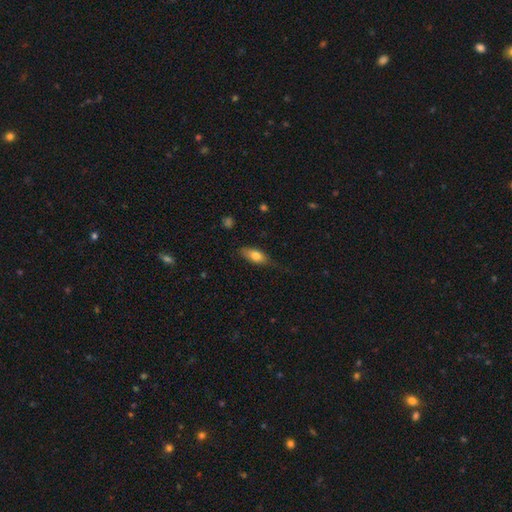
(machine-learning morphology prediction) A smooth galaxy with no disk features (75%) that is in between round and cigar-shaped (78%). Merging: none (64%).